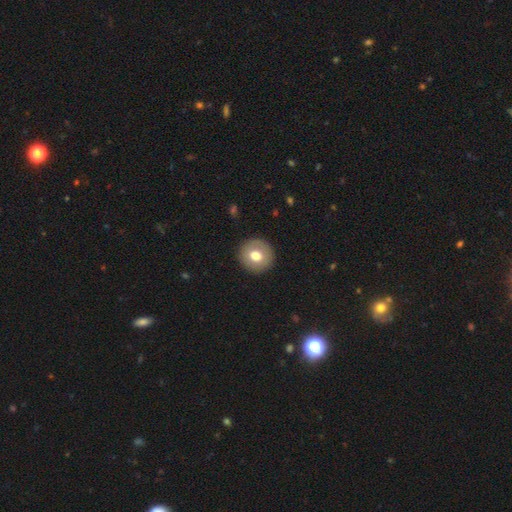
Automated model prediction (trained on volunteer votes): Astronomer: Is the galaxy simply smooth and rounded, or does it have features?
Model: smooth — 70%.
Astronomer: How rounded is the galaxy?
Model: round — 94%.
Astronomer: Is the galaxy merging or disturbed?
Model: none — 91%.